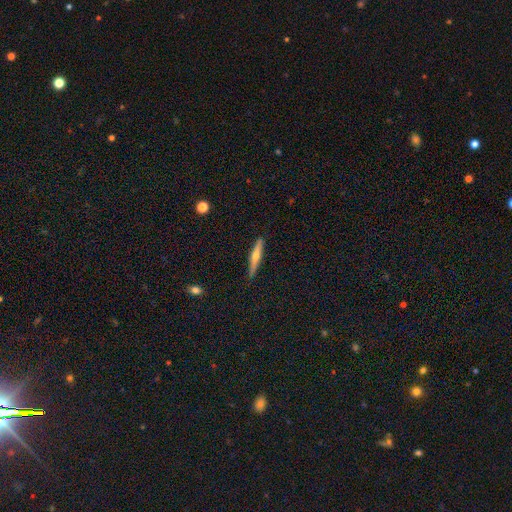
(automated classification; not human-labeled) Smooth or featured?
  - featured or disk: 56% *
  - smooth: 37%
  - star or artifact: 6%
Edge-on disk?
  - yes: 96% *
  - no: 4%
Edge-on bulge?
  - rounded: 86% *
  - none: 10%
  - boxy: 4%
Merging?
  - none: 89% *
  - minor disturbance: 9%
  - major disturbance: 2%
  - merger: 1%